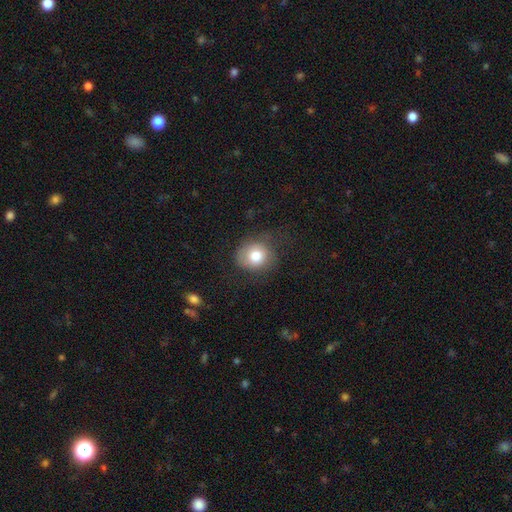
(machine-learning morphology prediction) The model was most divided on "merging": none: 66%, minor disturbance: 21%, major disturbance: 11%, merger: 1%. More confident: how rounded — round (79%); smooth or featured — smooth (79%).